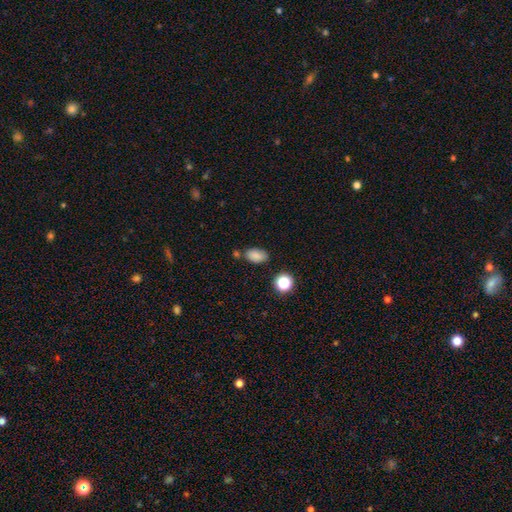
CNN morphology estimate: Smooth or featured? Predicted: smooth (p=0.83). How rounded? Predicted: in between (p=0.88). Merging? Predicted: none (p=0.72).